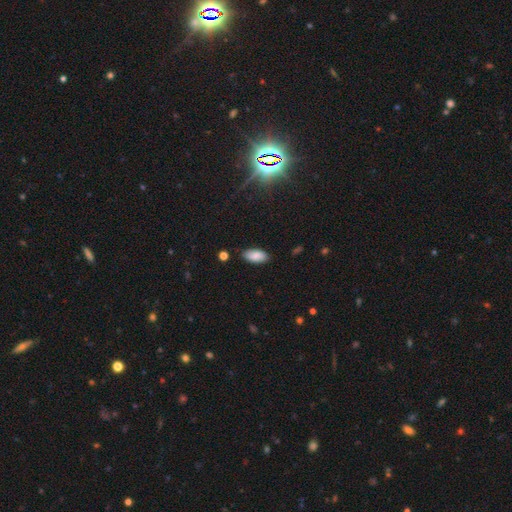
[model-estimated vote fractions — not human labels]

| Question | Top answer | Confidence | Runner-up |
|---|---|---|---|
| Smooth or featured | smooth | 85% | featured or disk (8%) |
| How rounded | in between | 92% | cigar-shaped (7%) |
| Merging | none | 84% | minor disturbance (12%) |